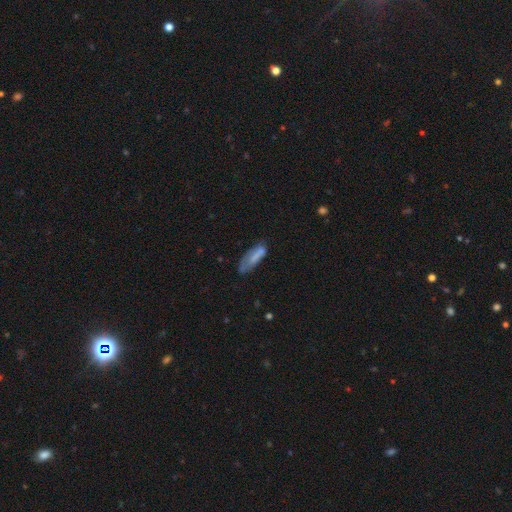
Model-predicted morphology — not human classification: Smooth or featured? smooth (68%)
How rounded? cigar-shaped (49%, tied with in between)
Merging? none (47%)